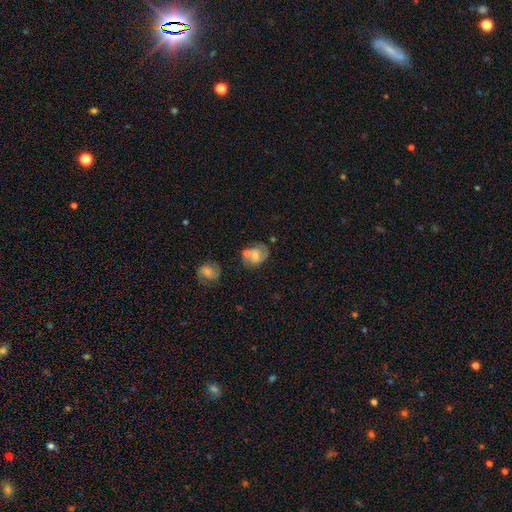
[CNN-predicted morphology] Smooth or featured: featured or disk — 58% (smooth — 33%)
Edge-on disk: no — 97% (yes — 3%)
Bar: weak — 44% (no — 43%)
Spiral arms: yes — 82% (no — 18%)
Bulge size: moderate — 45% (small — 37%)
Merging: none — 48% (merger — 26%)